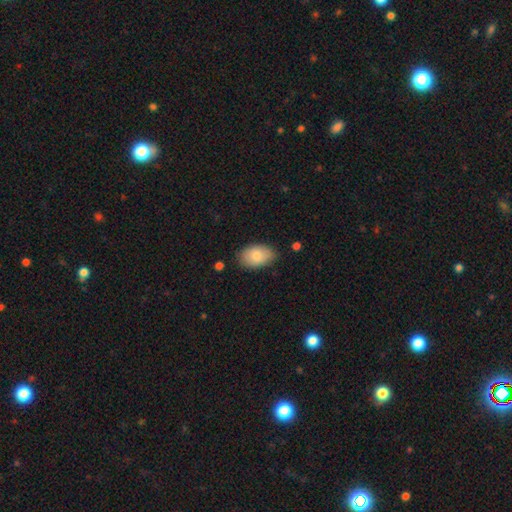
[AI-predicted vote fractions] smooth_or_featured: smooth (p=0.82) [alt: featured or disk p=0.11]
how_rounded: in between (p=0.91) [alt: round p=0.07]
merging: none (p=0.78) [alt: minor disturbance p=0.17]